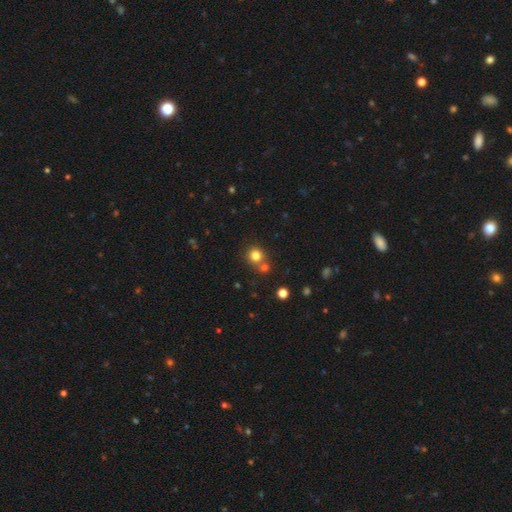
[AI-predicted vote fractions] Morphology: type=smooth (78%); roundness=round (88%); merging=none (60%).